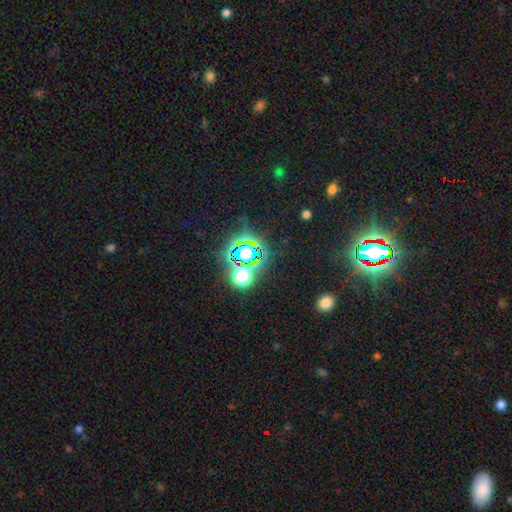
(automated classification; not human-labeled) Q: Smooth or featured?
A: star or artifact (77%); runner-up: smooth (14%)